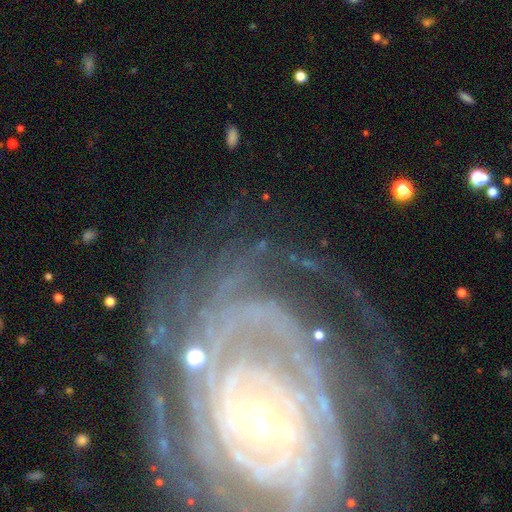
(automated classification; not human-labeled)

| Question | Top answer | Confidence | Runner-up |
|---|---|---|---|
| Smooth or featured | featured or disk | 89% | star or artifact (7%) |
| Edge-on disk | no | 97% | yes (3%) |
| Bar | no | 49% | weak (30%) |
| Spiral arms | yes | 97% | no (3%) |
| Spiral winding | tight | 80% | medium (17%) |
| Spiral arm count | can't tell | 25% | more than 4 (23%) |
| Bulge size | small | 66% | moderate (28%) |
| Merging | none | 70% | minor disturbance (16%) |